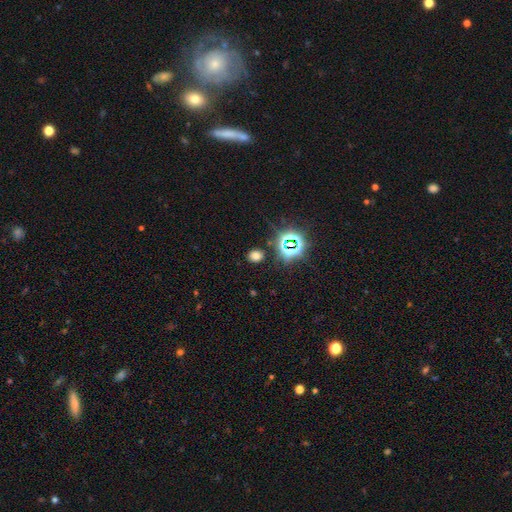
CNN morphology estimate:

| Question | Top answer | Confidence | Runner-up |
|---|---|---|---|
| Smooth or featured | smooth | 64% | star or artifact (29%) |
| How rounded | round | 57% | in between (41%) |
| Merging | none | 86% | minor disturbance (8%) |